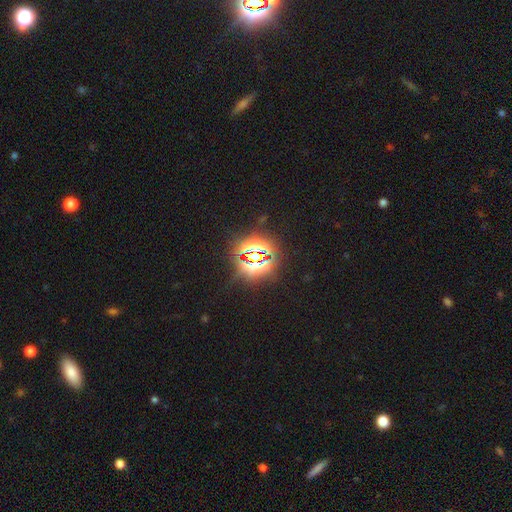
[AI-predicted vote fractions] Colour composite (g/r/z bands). It shows a star or artifact, not a galaxy (78%).